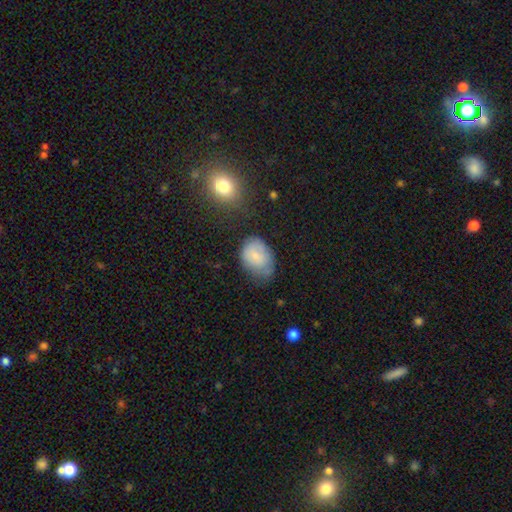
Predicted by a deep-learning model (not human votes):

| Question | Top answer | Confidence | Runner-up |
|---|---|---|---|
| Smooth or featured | smooth | 71% | featured or disk (21%) |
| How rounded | in between | 75% | round (24%) |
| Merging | none | 44% | minor disturbance (37%) |